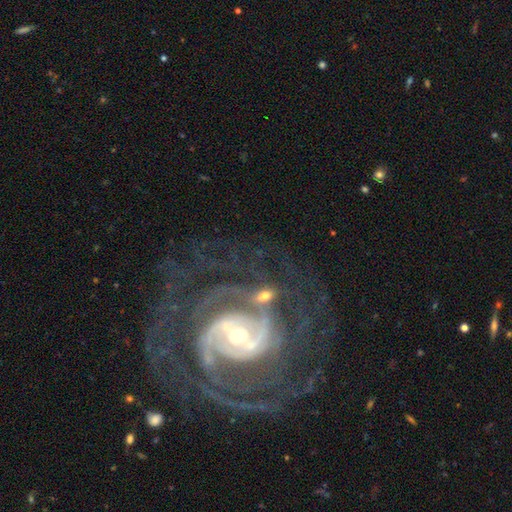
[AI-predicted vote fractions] Overall: featured or disk (89%). Edge-on disk: no (97%). Bar: weak (36%; no 35%). Spiral arms: yes (96%). Spiral arm count: 2 (36%; can't tell 23%). Spiral winding: tight (60%; medium 31%). Bulge size: small (58%; moderate 34%). Merging: none (70%).